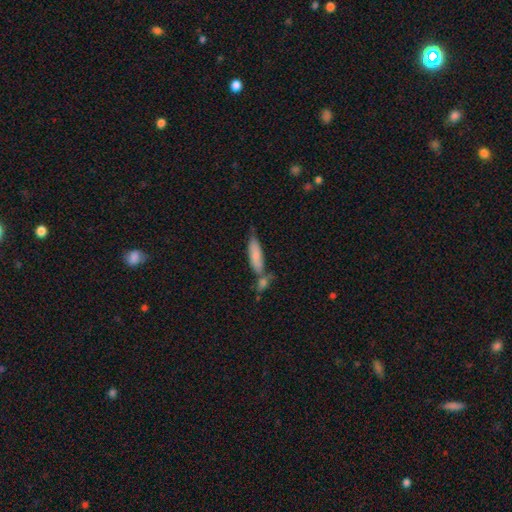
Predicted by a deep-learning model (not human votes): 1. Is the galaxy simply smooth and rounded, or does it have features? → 77% smooth, 16% featured or disk, 7% star or artifact.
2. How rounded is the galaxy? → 61% cigar-shaped, 37% in between, 2% round.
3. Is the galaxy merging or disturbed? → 43% none, 33% merger, 18% minor disturbance, 6% major disturbance.